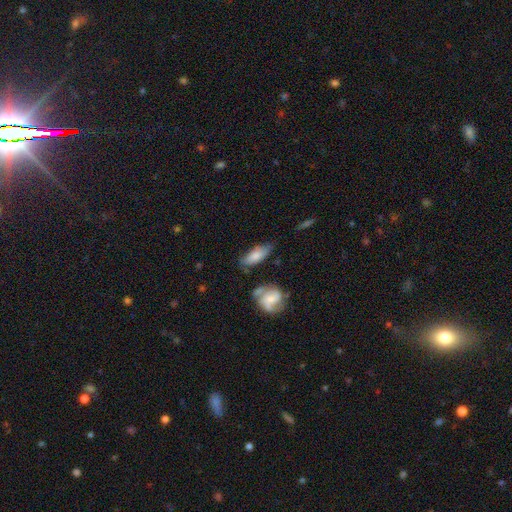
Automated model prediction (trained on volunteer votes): smooth_or_featured: smooth (p=0.71) [alt: featured or disk p=0.23]
how_rounded: in between (p=0.76) [alt: cigar-shaped p=0.21]
merging: none (p=0.62) [alt: minor disturbance p=0.23]